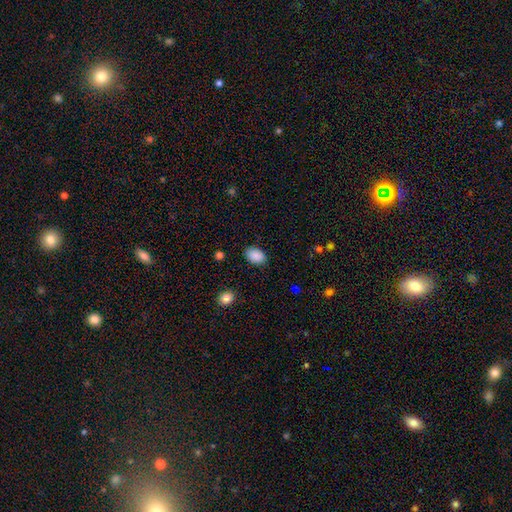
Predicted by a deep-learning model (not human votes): This appears to be a smooth galaxy with no disk features (89%) that is in between round and cigar-shaped (81%). Merging: none (85%).